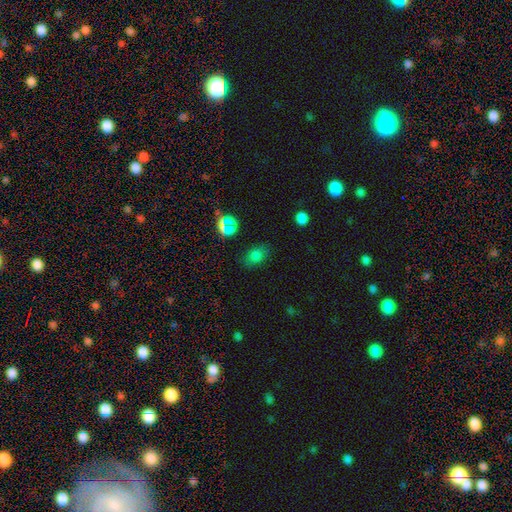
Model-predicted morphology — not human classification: smooth_or_featured: smooth (p=0.73) [alt: star or artifact p=0.19]
how_rounded: in between (p=0.79) [alt: round p=0.19]
merging: none (p=0.78) [alt: minor disturbance p=0.15]